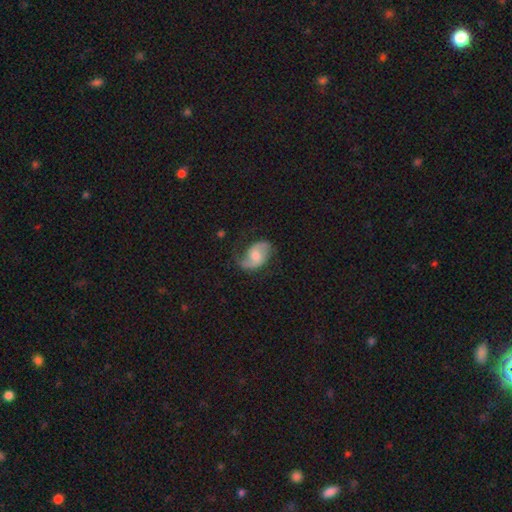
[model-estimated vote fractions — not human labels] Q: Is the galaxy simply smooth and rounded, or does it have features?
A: featured or disk — 69%.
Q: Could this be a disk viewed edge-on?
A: no — 97%.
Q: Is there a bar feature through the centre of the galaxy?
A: no — 53%.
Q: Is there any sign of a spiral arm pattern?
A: yes — 92%.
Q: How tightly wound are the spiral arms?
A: loose — 49%.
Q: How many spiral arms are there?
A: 2 — 79%.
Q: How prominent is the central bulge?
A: moderate — 62%.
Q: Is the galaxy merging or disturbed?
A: none — 62%.